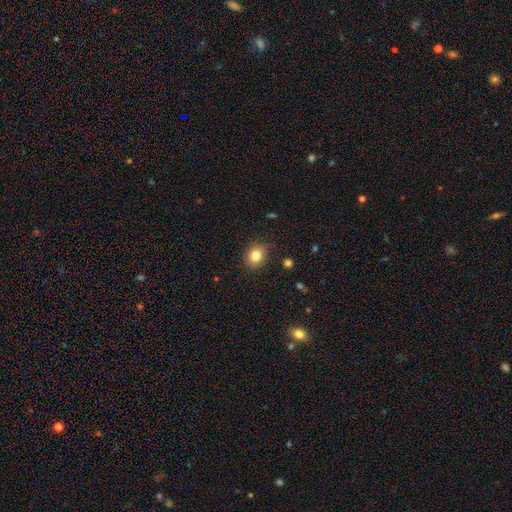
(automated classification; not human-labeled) This appears to be a smooth galaxy with no disk features (81%) that is round (63%). Merging: none (84%).